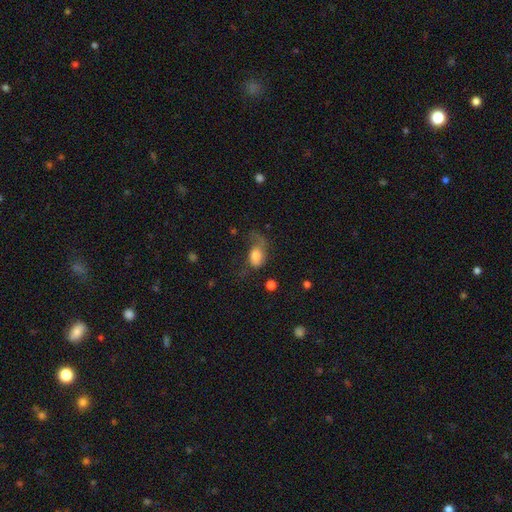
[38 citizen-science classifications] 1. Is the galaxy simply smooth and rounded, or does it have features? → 89% smooth, 8% star or artifact, 3% featured or disk.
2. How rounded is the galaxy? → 85% in between, 15% round, 0% cigar-shaped.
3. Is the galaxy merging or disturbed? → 49% major disturbance, 26% minor disturbance, 23% none, 3% merger.